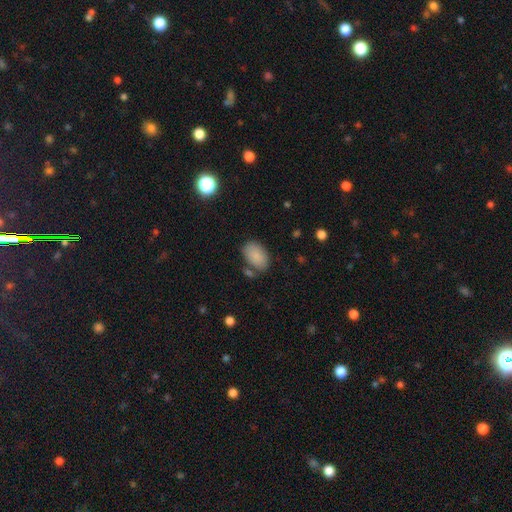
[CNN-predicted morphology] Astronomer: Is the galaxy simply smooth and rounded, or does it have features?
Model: smooth — 87%.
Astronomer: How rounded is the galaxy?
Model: in between — 90%.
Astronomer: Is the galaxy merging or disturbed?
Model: none — 70%.